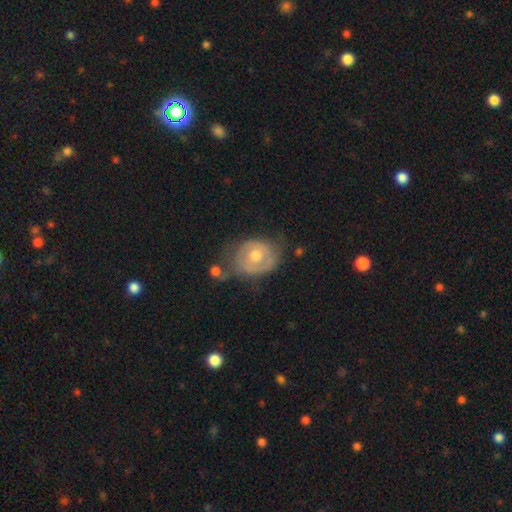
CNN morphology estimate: A featured or disk galaxy (62%) with no bar (77%), spiral arms (53%) and a moderate central bulge (75%).

Vote fractions:
- Smooth or featured? featured or disk: 62% / smooth: 32% / star or artifact: 6%
- Edge-on disk? no: 96% / yes: 4%
- Bar? no: 77% / weak: 19% / strong: 4%
- Spiral arms? yes: 53% / no: 47%
- Bulge size? moderate: 75% / small: 17% / large: 6% / none: 1% / dominant: 1%
- Merging? none: 48% / minor disturbance: 30% / major disturbance: 15% / merger: 6%